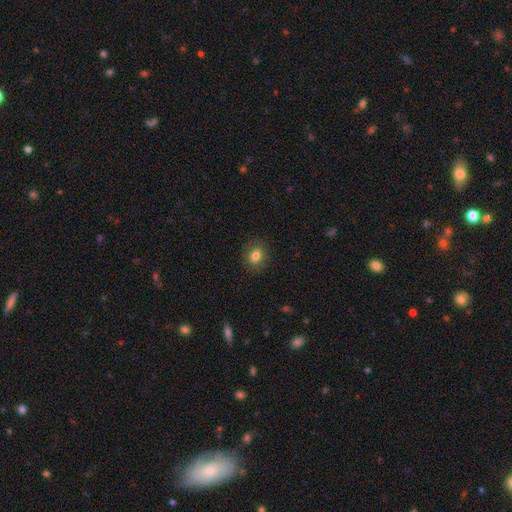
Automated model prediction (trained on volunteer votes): The model was most divided on "how rounded": in between: 59%, round: 39%, cigar-shaped: 2%. More confident: merging — none (85%); smooth or featured — smooth (81%).